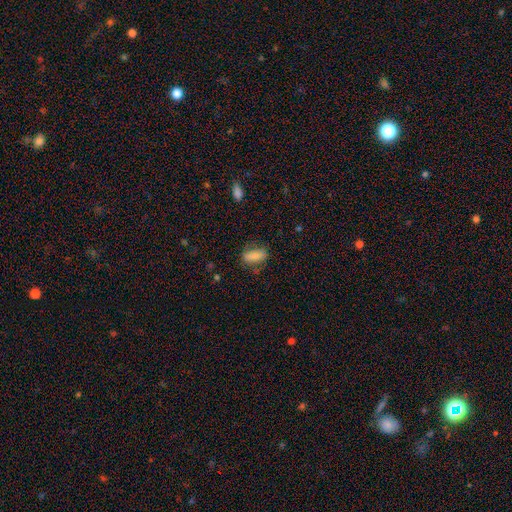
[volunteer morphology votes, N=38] Smooth or featured? 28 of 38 (74%) said smooth. How rounded? 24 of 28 (86%) said in between. Merging? 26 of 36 (72%) said none.